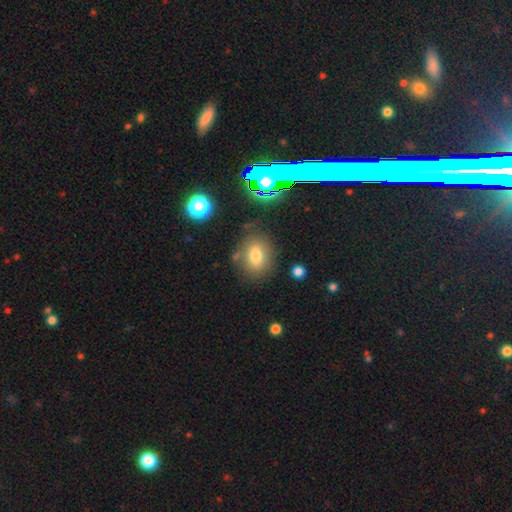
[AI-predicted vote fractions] Smooth or featured? Predicted: smooth (p=0.74). How rounded? Predicted: in between (p=0.53). Merging? Predicted: none (p=0.75).